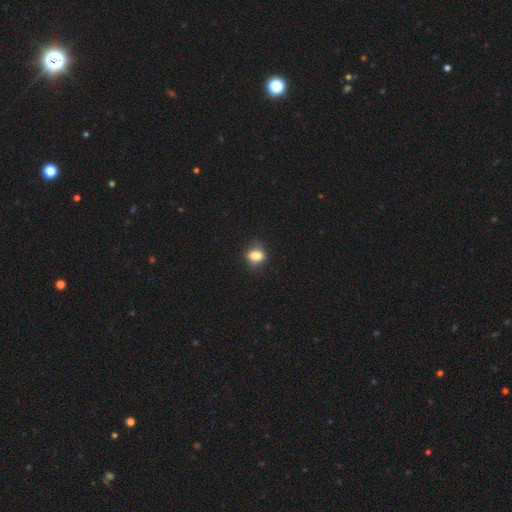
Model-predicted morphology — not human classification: A smooth galaxy with no disk features (81%) that is in between round and cigar-shaped (57%). Merging: none (77%).